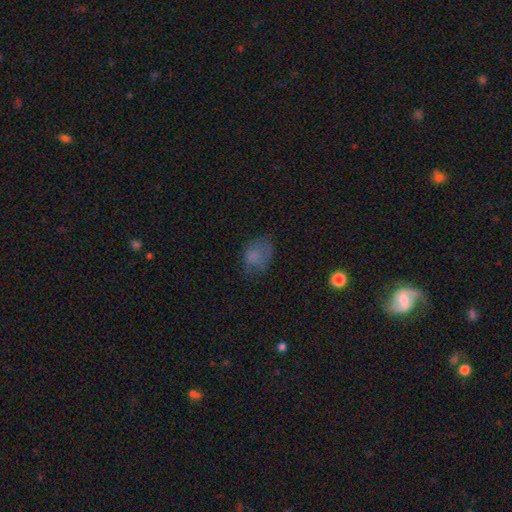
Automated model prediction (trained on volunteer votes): Smooth or featured?
  - smooth: 73% *
  - featured or disk: 14%
  - star or artifact: 13%
How rounded?
  - in between: 66% *
  - round: 33%
  - cigar-shaped: 1%
Merging?
  - none: 52% *
  - minor disturbance: 29%
  - major disturbance: 16%
  - merger: 2%